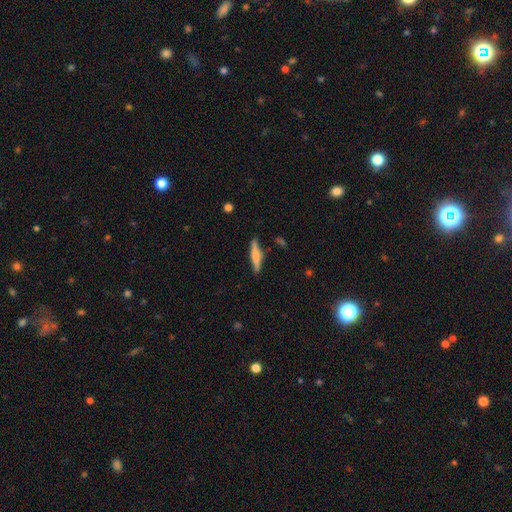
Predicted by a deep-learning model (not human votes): The model was most divided on "smooth or featured": smooth: 59%, featured or disk: 34%, star or artifact: 6%. More confident: how rounded — cigar-shaped (87%); merging — none (84%).